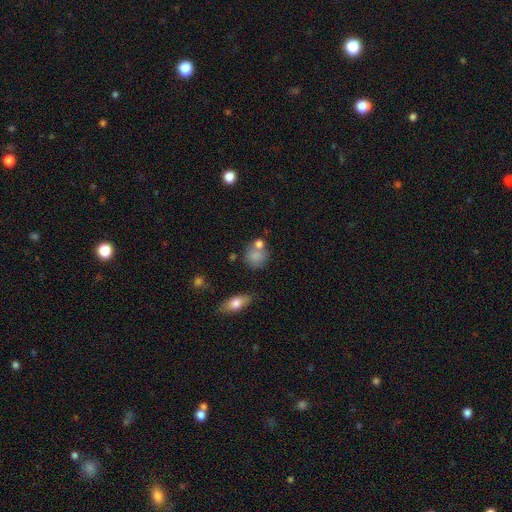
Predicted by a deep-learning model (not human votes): smooth_or_featured: smooth (p=0.80) [alt: featured or disk p=0.11]
how_rounded: round (p=0.79) [alt: in between p=0.19]
merging: none (p=0.57) [alt: merger p=0.23]